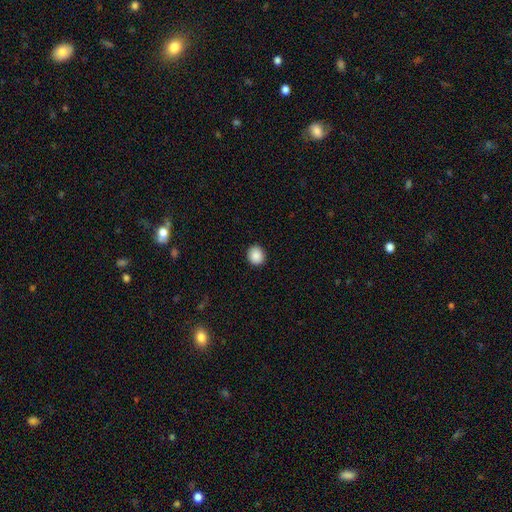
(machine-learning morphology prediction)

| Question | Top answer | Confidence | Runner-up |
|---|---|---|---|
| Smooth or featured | smooth | 89% | star or artifact (8%) |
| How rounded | round | 79% | in between (20%) |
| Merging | none | 91% | minor disturbance (6%) |